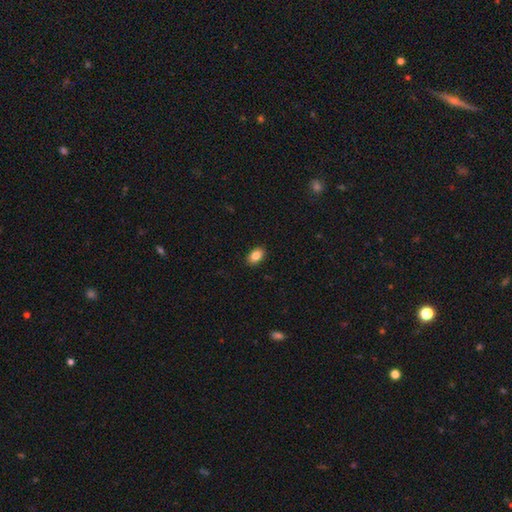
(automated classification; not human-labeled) Morphology: type=smooth (85%); roundness=in between (86%); merging=none (90%).